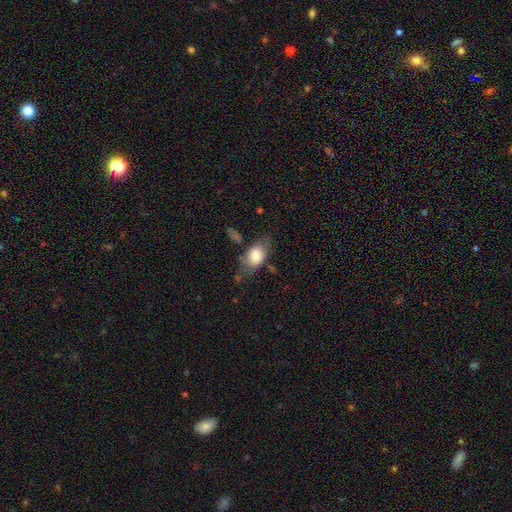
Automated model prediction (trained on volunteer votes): The model was most divided on "merging": none: 59%, minor disturbance: 25%, major disturbance: 10%, merger: 6%. More confident: how rounded — in between (85%); smooth or featured — smooth (75%).